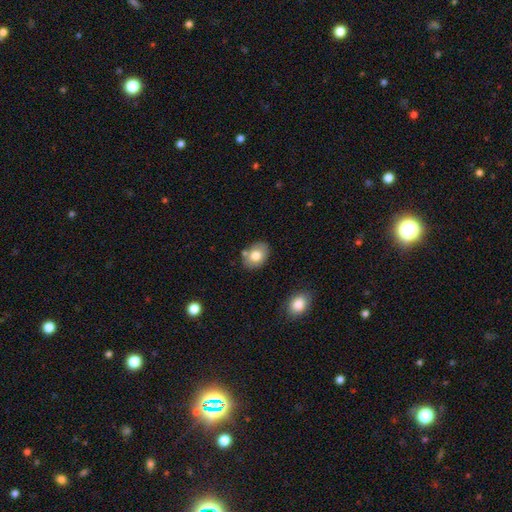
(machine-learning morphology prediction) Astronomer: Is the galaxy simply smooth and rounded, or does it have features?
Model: smooth — 76%.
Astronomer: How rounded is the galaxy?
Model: in between — 73%.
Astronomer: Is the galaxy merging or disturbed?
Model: none — 75%.